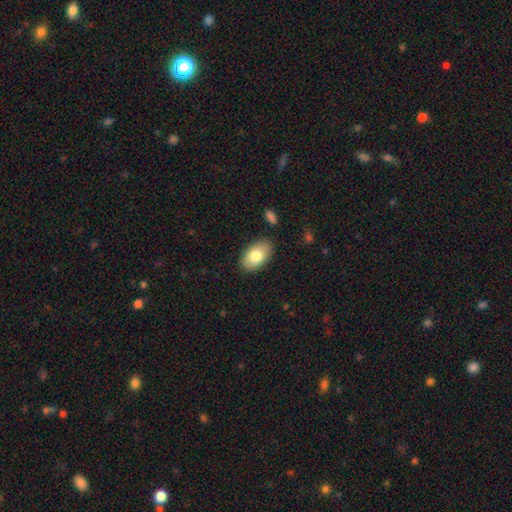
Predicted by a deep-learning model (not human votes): Q: Smooth or featured?
A: smooth (78%); runner-up: featured or disk (15%)
Q: How rounded?
A: in between (92%); runner-up: round (7%)
Q: Merging?
A: none (86%); runner-up: minor disturbance (10%)